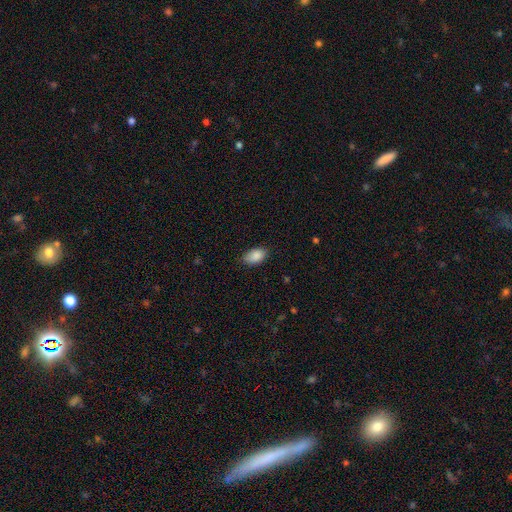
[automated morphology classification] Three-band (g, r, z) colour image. It shows a smooth galaxy with no disk features (89%) that is in between round and cigar-shaped (93%). Merging: none (80%).